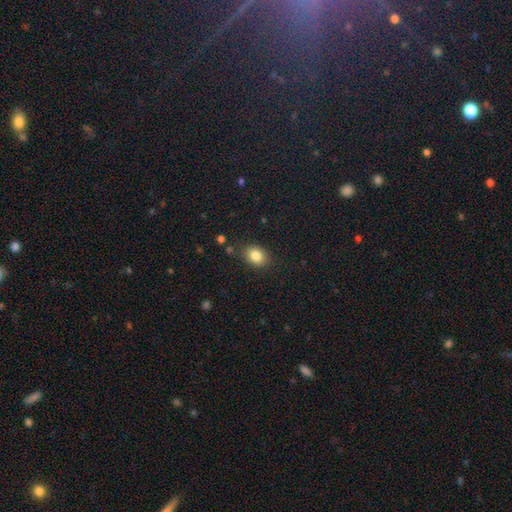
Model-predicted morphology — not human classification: The model was most divided on "how rounded": in between: 61%, round: 38%, cigar-shaped: 1%. More confident: smooth or featured — smooth (84%); merging — none (83%).